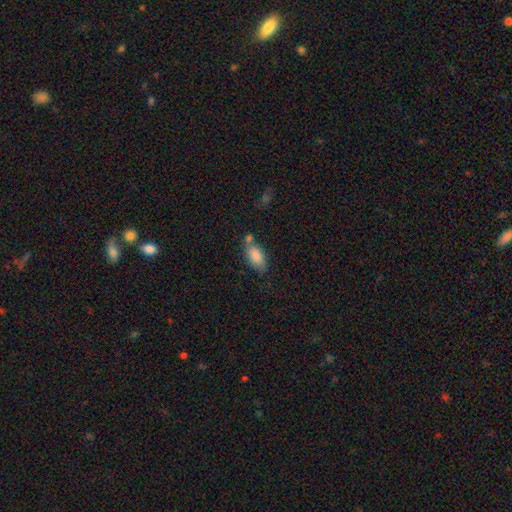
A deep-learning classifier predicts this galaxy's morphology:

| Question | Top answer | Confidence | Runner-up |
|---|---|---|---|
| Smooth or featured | smooth | 86% | featured or disk (8%) |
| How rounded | in between | 90% | cigar-shaped (7%) |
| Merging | none | 54% | merger (22%) |